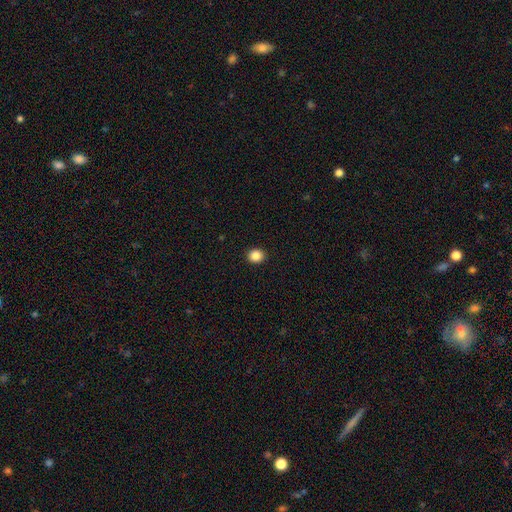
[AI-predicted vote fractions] Smooth or featured? Predicted: smooth (p=0.87). How rounded? Predicted: round (p=0.77). Merging? Predicted: none (p=0.93).